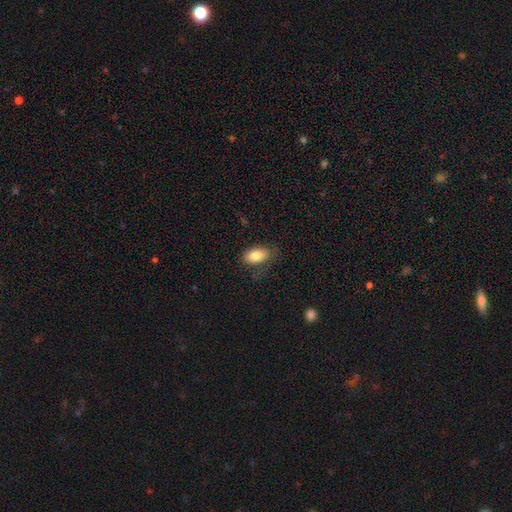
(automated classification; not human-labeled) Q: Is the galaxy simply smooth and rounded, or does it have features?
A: smooth — 83%.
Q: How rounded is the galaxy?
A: in between — 92%.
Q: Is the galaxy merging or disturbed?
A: none — 76%.